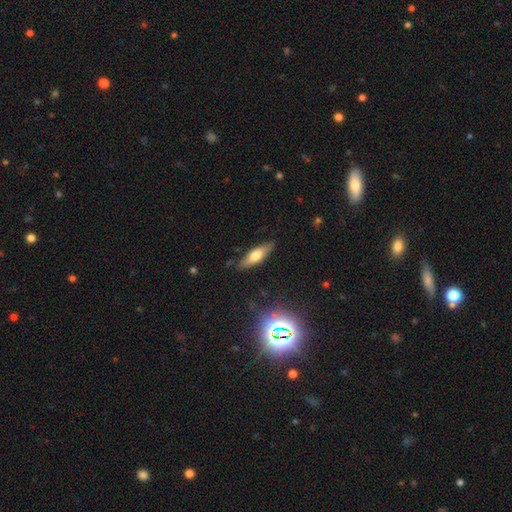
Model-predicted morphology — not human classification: This is likely a smooth galaxy (60%). How rounded: possibly cigar-shaped (50%). Merging: clearly none (83%).